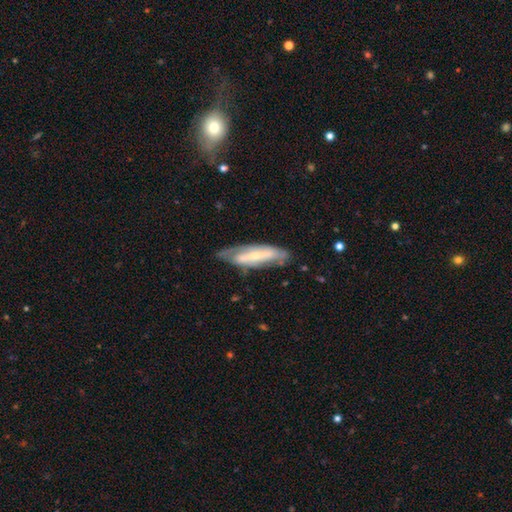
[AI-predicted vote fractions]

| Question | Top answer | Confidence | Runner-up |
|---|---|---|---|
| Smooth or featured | featured or disk | 63% | smooth (30%) |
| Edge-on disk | no | 71% | yes (29%) |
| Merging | none | 67% | minor disturbance (23%) |